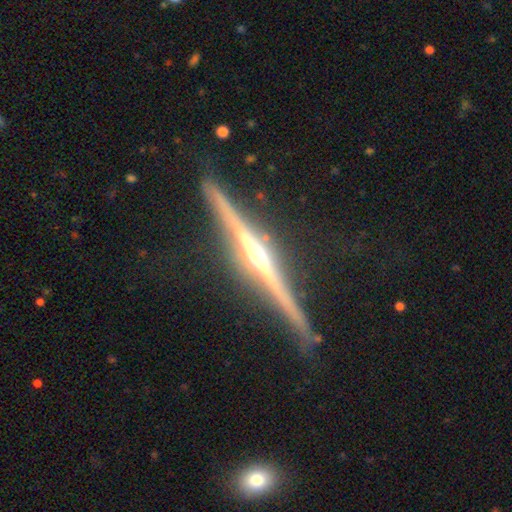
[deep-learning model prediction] A featured or disk galaxy (89%) viewed edge-on (98%) with a rounded central bulge (84%).

Vote fractions:
- Smooth or featured? featured or disk: 89% / smooth: 6% / star or artifact: 5%
- Edge-on disk? yes: 98% / no: 2%
- Edge-on bulge? rounded: 84% / none: 9% / boxy: 7%
- Merging? none: 86% / minor disturbance: 10% / major disturbance: 2% / merger: 1%